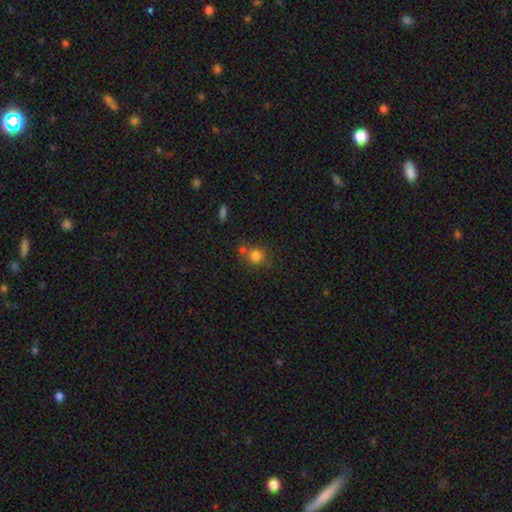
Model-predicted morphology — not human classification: Overall: smooth (80%). How rounded: round (86%). Merging: none (63%).